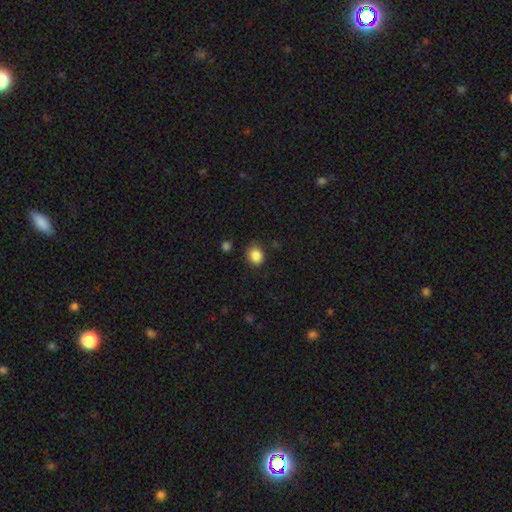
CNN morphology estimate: Smooth or featured? smooth (86%)
How rounded? round (75%)
Merging? none (82%)